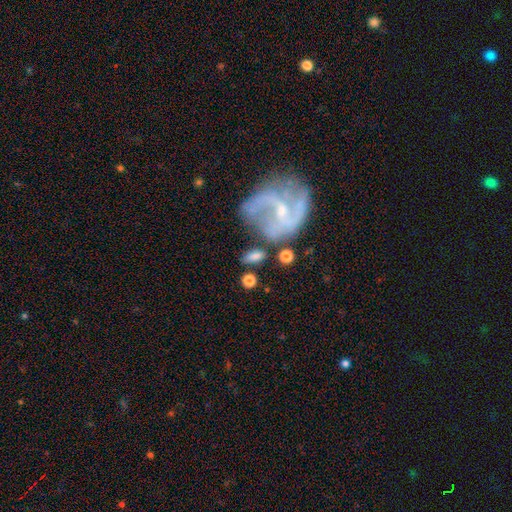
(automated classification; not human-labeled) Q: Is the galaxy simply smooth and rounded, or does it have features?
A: featured or disk — 77%.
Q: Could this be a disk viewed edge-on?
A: no — 97%.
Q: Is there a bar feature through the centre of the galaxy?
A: weak — 44%.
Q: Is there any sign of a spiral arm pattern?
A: yes — 86%.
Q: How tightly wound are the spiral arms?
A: loose — 46%.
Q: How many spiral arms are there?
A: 2 — 59%.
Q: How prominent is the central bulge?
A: small — 73%.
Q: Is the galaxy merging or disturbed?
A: none — 49%.